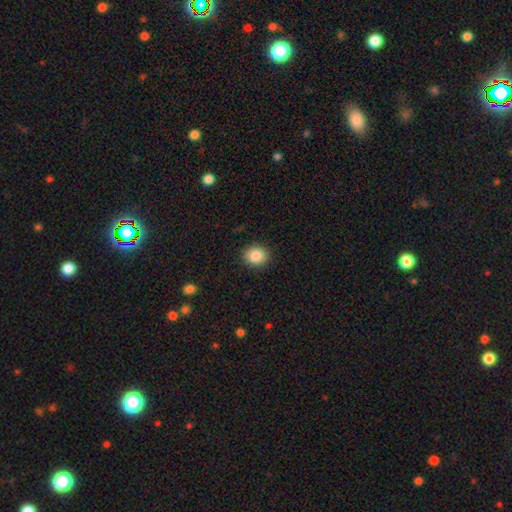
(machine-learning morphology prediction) Smooth or featured?
  - smooth: 86% *
  - star or artifact: 9%
  - featured or disk: 5%
How rounded?
  - round: 68% *
  - in between: 31%
  - cigar-shaped: 1%
Merging?
  - none: 90% *
  - minor disturbance: 7%
  - major disturbance: 2%
  - merger: 1%